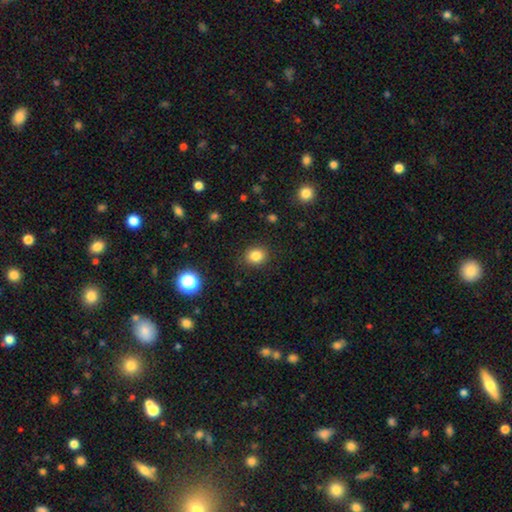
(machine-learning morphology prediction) smooth_or_featured: smooth (p=0.83) [alt: star or artifact p=0.12]
how_rounded: round (p=0.71) [alt: in between p=0.28]
merging: none (p=0.88) [alt: minor disturbance p=0.08]